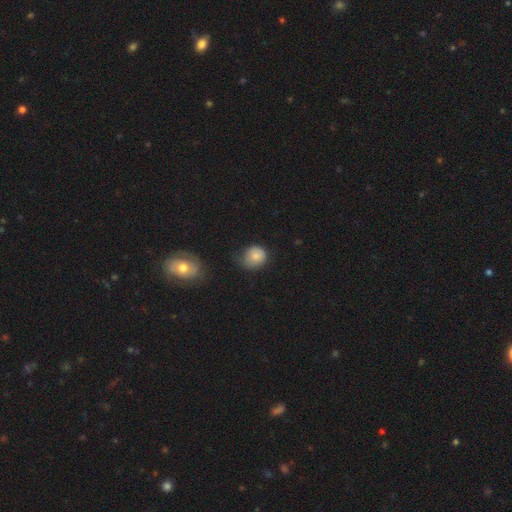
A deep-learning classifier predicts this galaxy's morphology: A smooth galaxy with no disk features (80%) that is round (74%). Merging: none (47%).